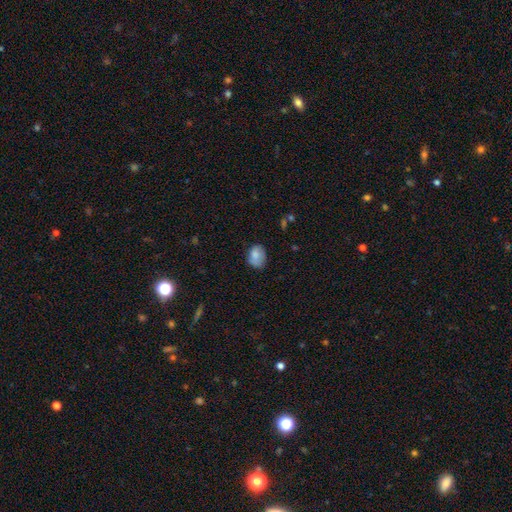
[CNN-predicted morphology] This is clearly a smooth galaxy (80%). How rounded: likely in between (62%). Merging: likely none (64%).